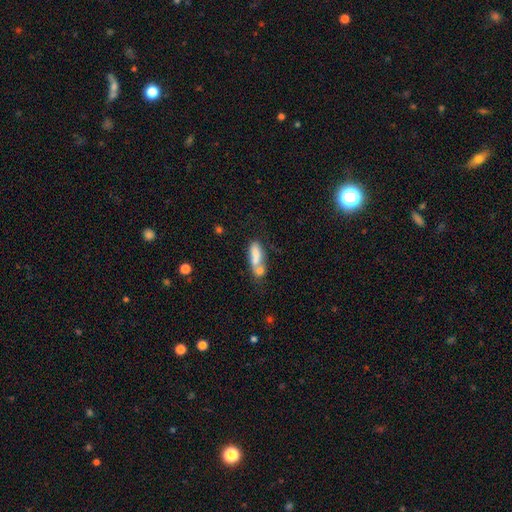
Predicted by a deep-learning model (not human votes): smooth 67%, featured or disk 24%, star or artifact 9%. Down the decision tree: how rounded — in between (60%); merging — merger (53%).